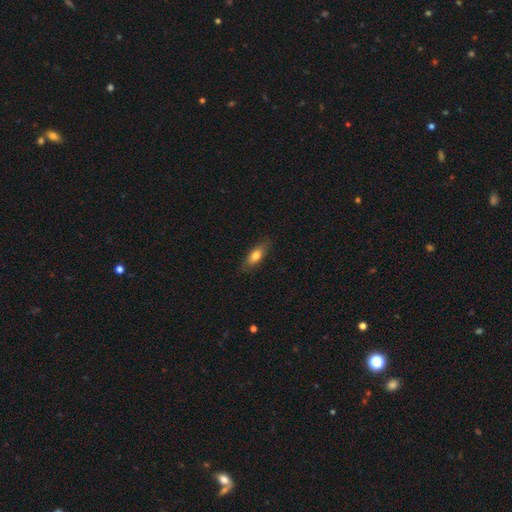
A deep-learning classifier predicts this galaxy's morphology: This appears to be a smooth galaxy with no disk features (74%) that is in between round and cigar-shaped (72%). Merging: none (83%).